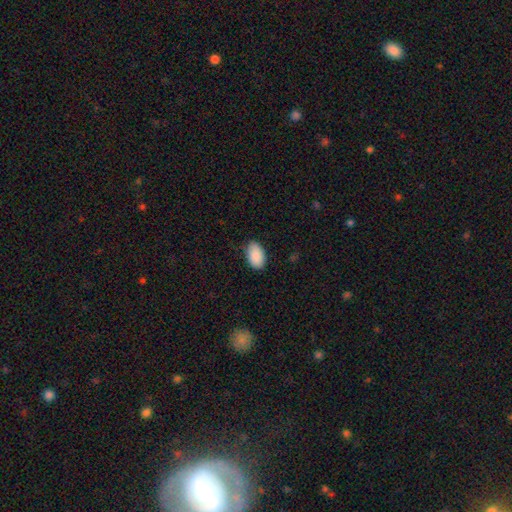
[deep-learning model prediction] This is clearly a smooth galaxy (90%). How rounded: clearly in between (94%). Merging: likely none (80%).